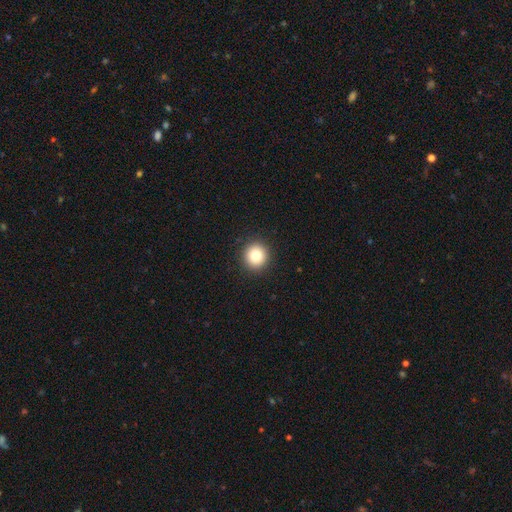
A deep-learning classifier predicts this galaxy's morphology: A smooth galaxy with no disk features (80%) that is round (93%). Merging: none (93%).